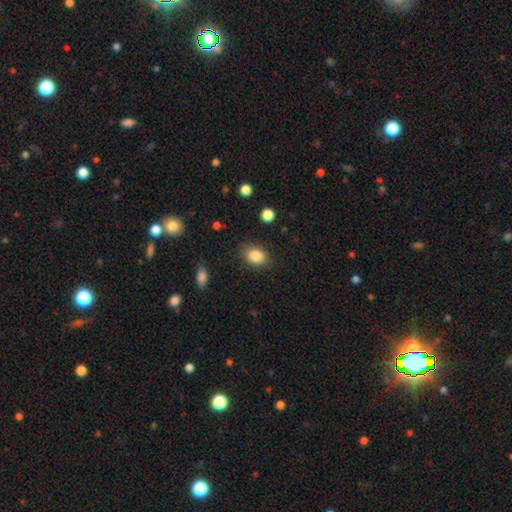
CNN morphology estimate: This appears to be a smooth galaxy with no disk features (87%) that is in between round and cigar-shaped (69%). Merging: none (82%).